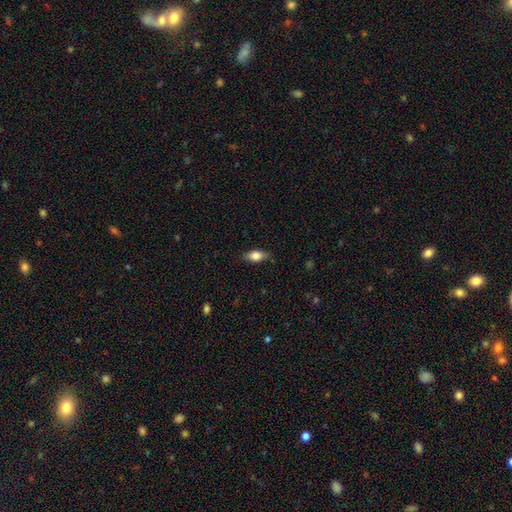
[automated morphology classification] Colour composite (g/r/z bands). It shows a smooth galaxy with no disk features (75%) that is in between round and cigar-shaped (83%). Merging: none (80%).